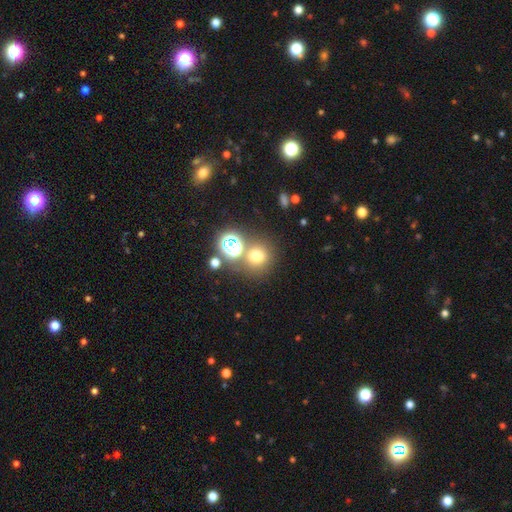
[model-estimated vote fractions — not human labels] A smooth galaxy with no disk features (65%) that is round (82%). Merging: none (65%).